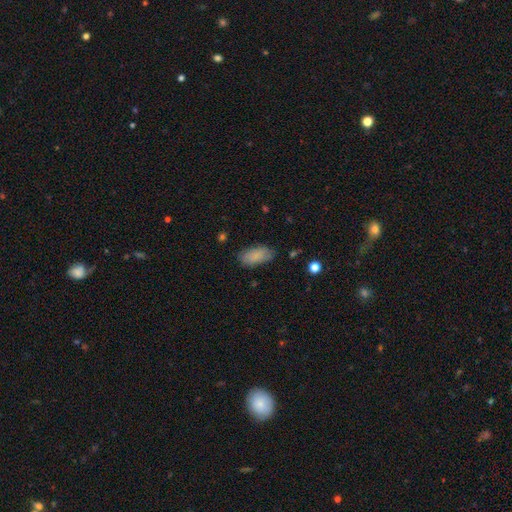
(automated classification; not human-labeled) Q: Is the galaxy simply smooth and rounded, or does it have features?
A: smooth — 83%.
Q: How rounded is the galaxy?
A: in between — 91%.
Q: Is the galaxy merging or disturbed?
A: none — 74%.